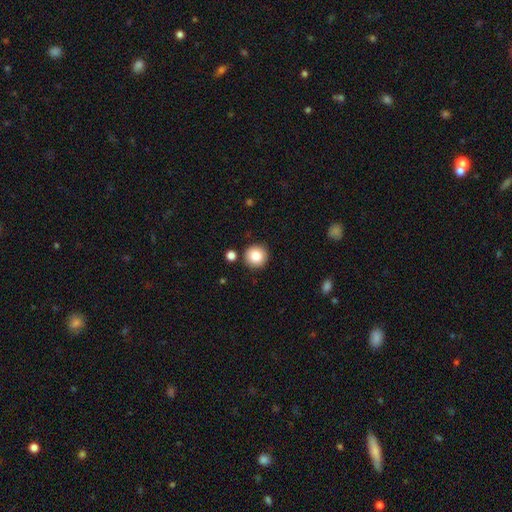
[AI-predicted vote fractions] Smooth or featured: smooth — 86% (star or artifact — 9%)
How rounded: round — 95% (in between — 4%)
Merging: none — 88% (minor disturbance — 6%)